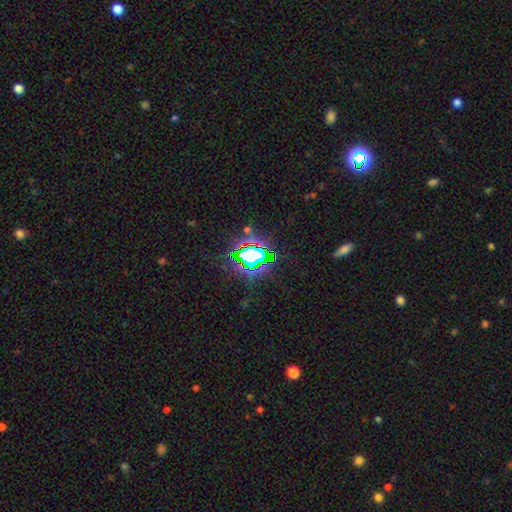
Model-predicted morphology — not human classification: Smooth or featured?
  - star or artifact: 81% *
  - smooth: 12%
  - featured or disk: 8%